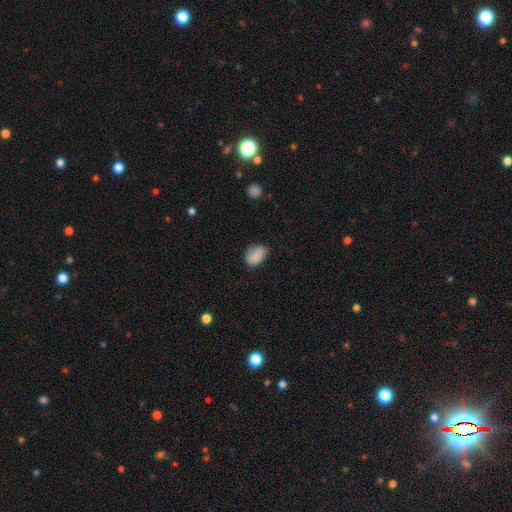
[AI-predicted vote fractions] Q: Smooth or featured?
A: smooth (80%); runner-up: featured or disk (12%)
Q: How rounded?
A: in between (81%); runner-up: round (18%)
Q: Merging?
A: none (60%); runner-up: minor disturbance (28%)